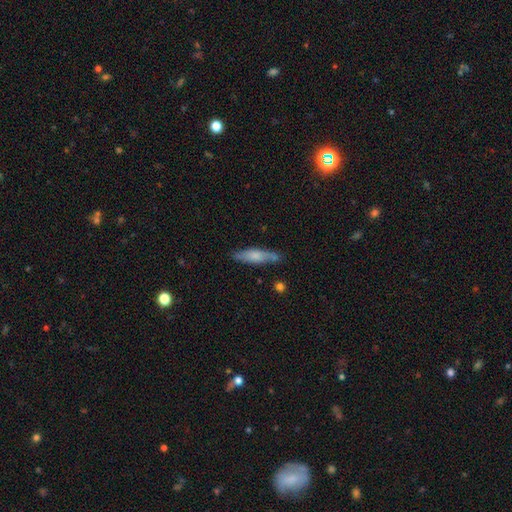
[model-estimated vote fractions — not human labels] This appears to be a smooth galaxy with no disk features (60%) that is cigar-shaped (75%). Merging: none (75%).